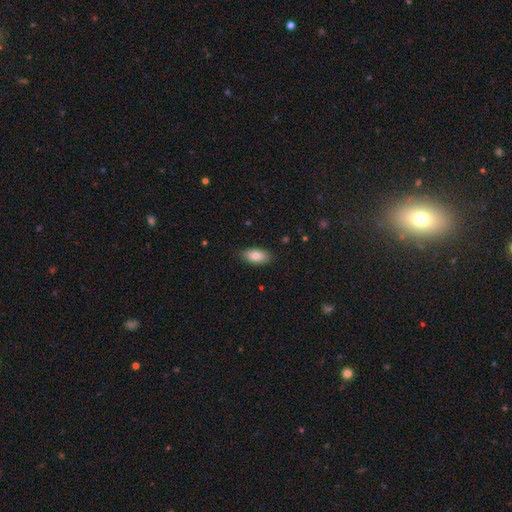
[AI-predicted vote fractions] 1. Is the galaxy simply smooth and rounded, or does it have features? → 81% smooth, 12% featured or disk, 7% star or artifact.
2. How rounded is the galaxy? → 90% in between, 6% cigar-shaped, 4% round.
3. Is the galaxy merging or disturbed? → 86% none, 11% minor disturbance, 2% major disturbance, 1% merger.